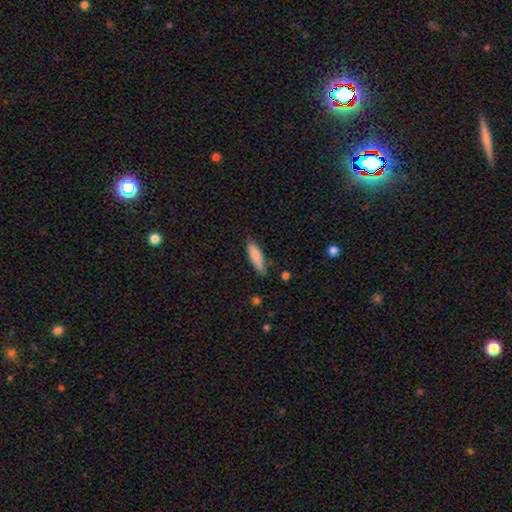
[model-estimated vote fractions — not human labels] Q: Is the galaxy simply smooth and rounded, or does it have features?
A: smooth — 85%.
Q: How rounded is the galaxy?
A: cigar-shaped — 59%.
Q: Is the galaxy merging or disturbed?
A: none — 72%.